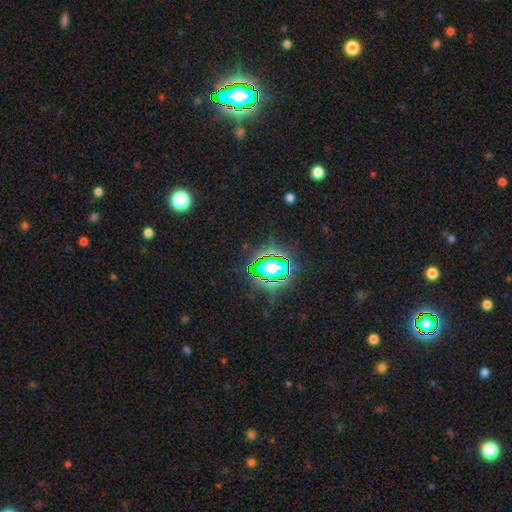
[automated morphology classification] Smooth or featured: star or artifact — 77% (smooth — 15%)